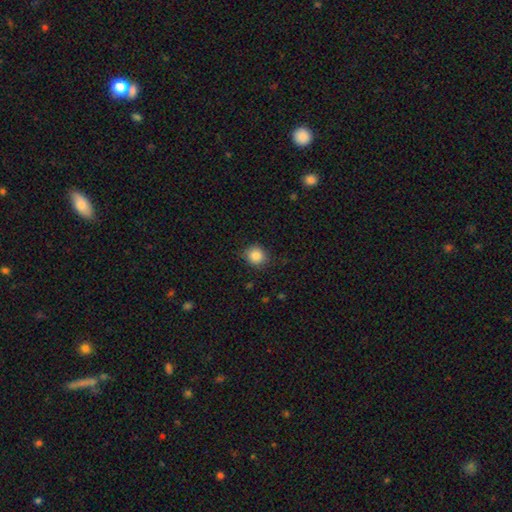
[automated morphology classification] smooth_or_featured: smooth (p=0.86) [alt: star or artifact p=0.10]
how_rounded: round (p=0.80) [alt: in between p=0.19]
merging: none (p=0.86) [alt: minor disturbance p=0.11]